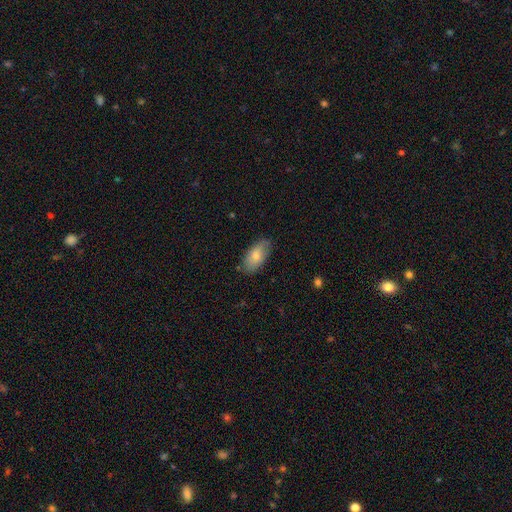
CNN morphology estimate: Smooth or featured?
  - smooth: 74% *
  - featured or disk: 19%
  - star or artifact: 7%
How rounded?
  - in between: 91% *
  - cigar-shaped: 6%
  - round: 3%
Merging?
  - none: 82% *
  - minor disturbance: 14%
  - major disturbance: 2%
  - merger: 1%